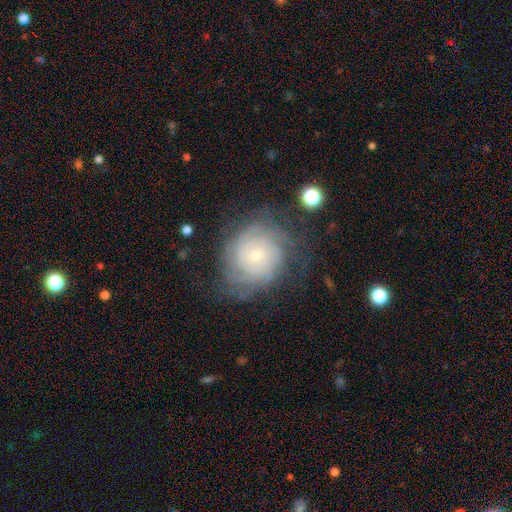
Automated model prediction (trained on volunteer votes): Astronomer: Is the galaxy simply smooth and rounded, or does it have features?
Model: featured or disk — 75%.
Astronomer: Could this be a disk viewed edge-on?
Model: no — 97%.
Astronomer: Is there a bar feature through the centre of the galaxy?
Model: no — 69%.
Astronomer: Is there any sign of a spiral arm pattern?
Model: yes — 93%.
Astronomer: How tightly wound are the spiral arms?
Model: tight — 77%.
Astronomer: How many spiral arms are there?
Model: can't tell — 47%.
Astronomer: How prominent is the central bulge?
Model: small — 68%.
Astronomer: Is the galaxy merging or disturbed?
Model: none — 69%.